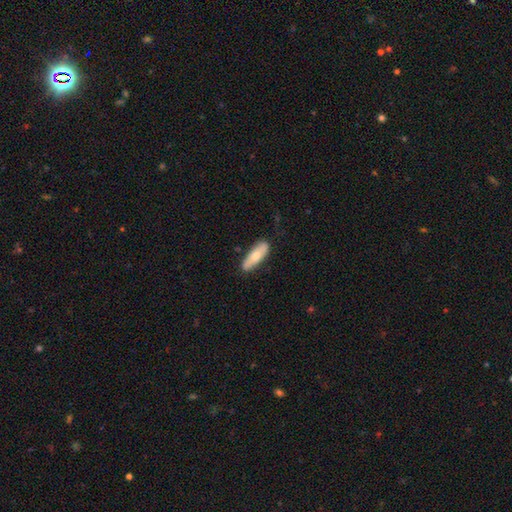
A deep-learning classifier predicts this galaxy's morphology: A smooth galaxy with no disk features (65%) that is in between round and cigar-shaped (60%).

Vote fractions:
- Smooth or featured? smooth: 65% / featured or disk: 30% / star or artifact: 5%
- How rounded? in between: 60% / cigar-shaped: 38% / round: 2%
- Merging? none: 82% / minor disturbance: 15% / major disturbance: 2% / merger: 1%